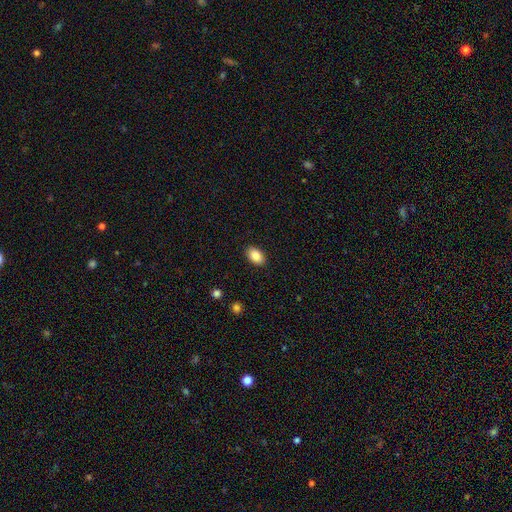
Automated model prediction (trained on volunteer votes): Smooth or featured?
  - smooth: 87% *
  - star or artifact: 8%
  - featured or disk: 5%
How rounded?
  - in between: 90% *
  - round: 9%
  - cigar-shaped: 1%
Merging?
  - none: 90% *
  - minor disturbance: 8%
  - major disturbance: 2%
  - merger: 1%